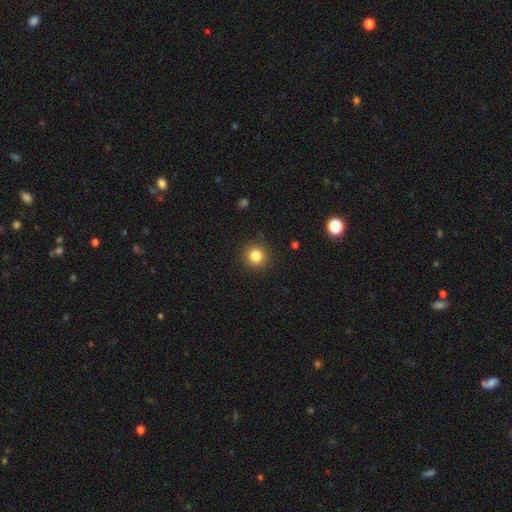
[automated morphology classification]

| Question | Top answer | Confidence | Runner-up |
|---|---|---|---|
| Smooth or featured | smooth | 83% | star or artifact (11%) |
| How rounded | round | 93% | in between (6%) |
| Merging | none | 90% | minor disturbance (7%) |